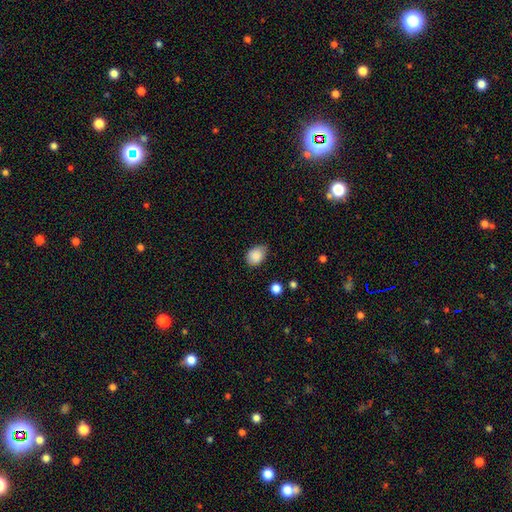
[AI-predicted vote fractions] Q: Smooth or featured?
A: smooth (87%); runner-up: star or artifact (8%)
Q: How rounded?
A: in between (65%); runner-up: round (34%)
Q: Merging?
A: none (67%); runner-up: minor disturbance (27%)